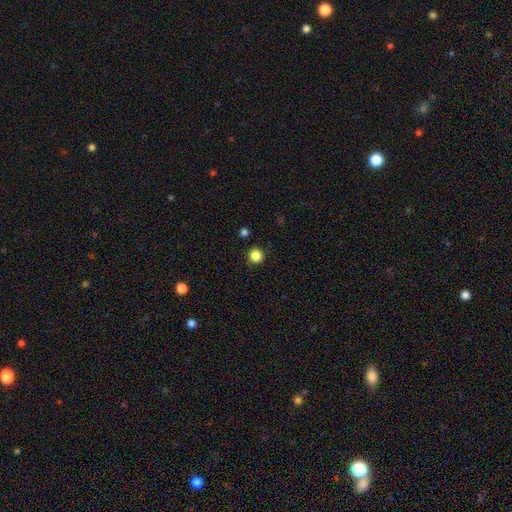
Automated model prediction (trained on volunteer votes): smooth-or-featured: smooth: 86% | star or artifact: 11% | featured or disk: 3%
  how-rounded: round: 95% | in between: 4% | cigar-shaped: 1%
  merging: none: 92% | minor disturbance: 5% | major disturbance: 2% | merger: 2%